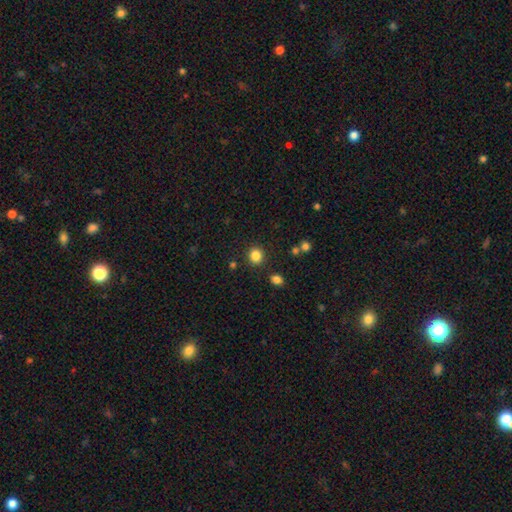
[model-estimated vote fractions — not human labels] The model was most divided on "how rounded": round: 86%, in between: 13%, cigar-shaped: 1%. More confident: merging — none (88%); smooth or featured — smooth (85%).